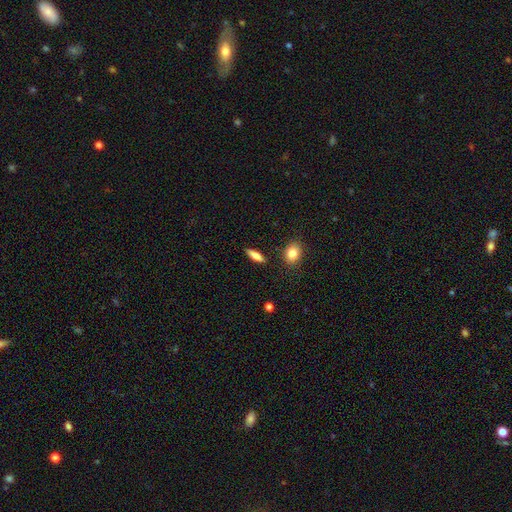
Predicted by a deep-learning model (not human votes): Smooth or featured: smooth — 75% (featured or disk — 18%)
How rounded: cigar-shaped — 50% (in between — 46%)
Merging: none — 87% (minor disturbance — 8%)